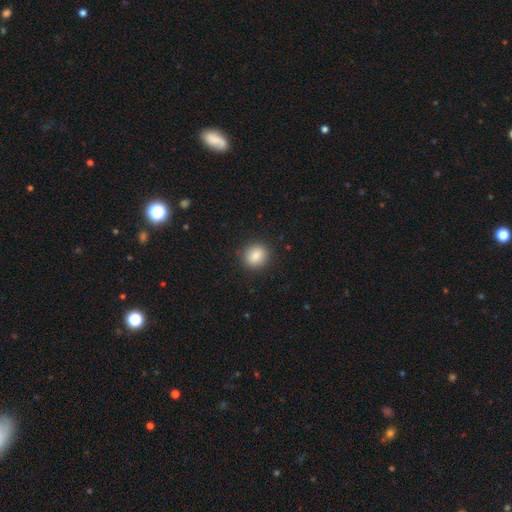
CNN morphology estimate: type=smooth (87%); roundness=round (72%); merging=none (89%).